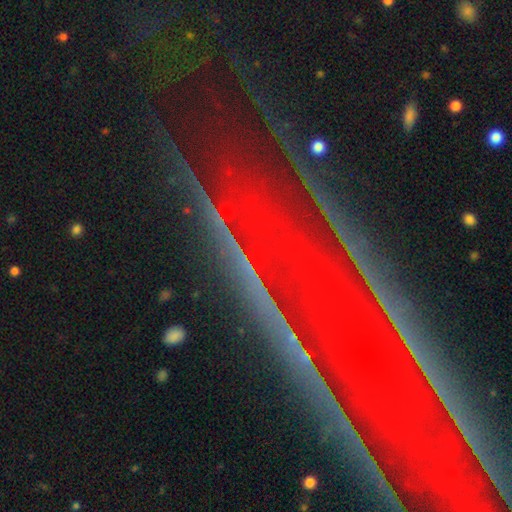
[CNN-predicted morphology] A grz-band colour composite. It shows a star or artifact, not a galaxy (86%).